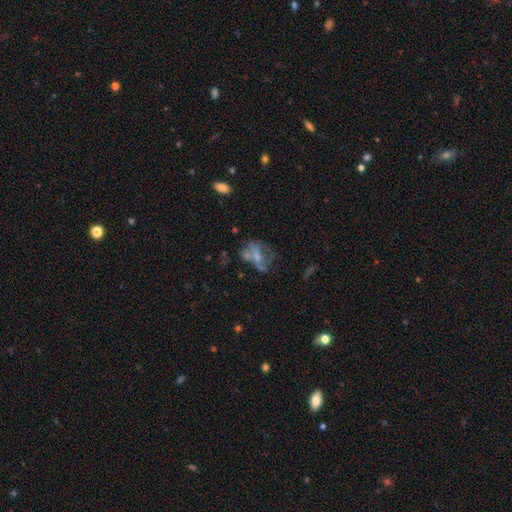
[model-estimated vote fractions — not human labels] The model was most divided on "merging": major disturbance: 35%, none: 31%, minor disturbance: 18%, merger: 17%. Remaining: smooth or featured — featured or disk (49%).